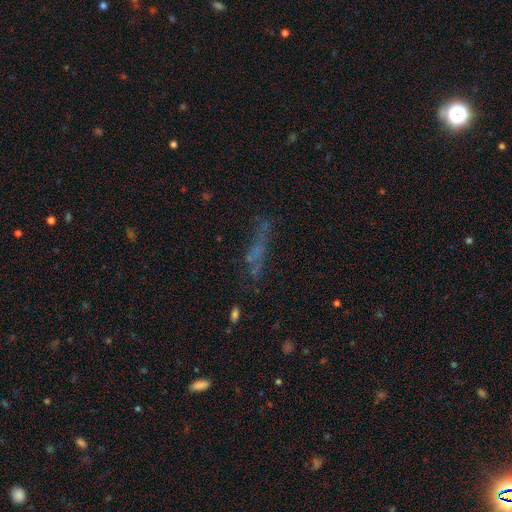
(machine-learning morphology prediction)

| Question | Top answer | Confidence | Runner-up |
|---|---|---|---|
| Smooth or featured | smooth | 40% | featured or disk (35%) |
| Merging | none | 57% | minor disturbance (19%) |